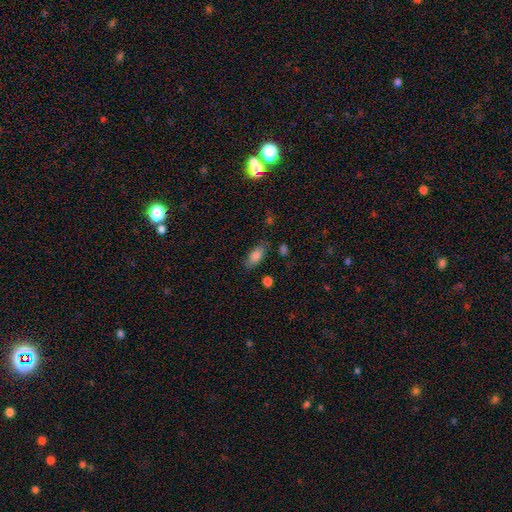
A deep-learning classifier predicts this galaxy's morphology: type=smooth (82%); roundness=in between (83%); merging=none (79%).